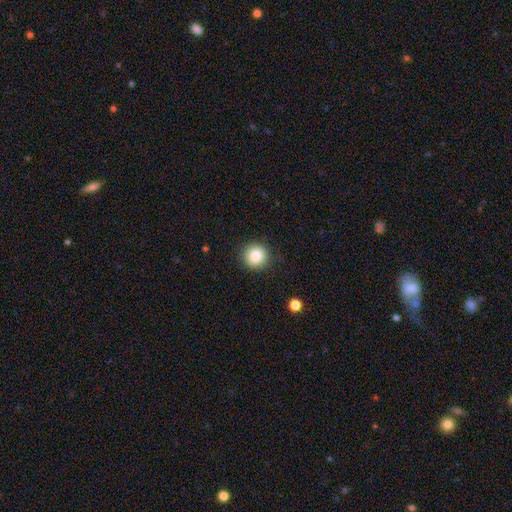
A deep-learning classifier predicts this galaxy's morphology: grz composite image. It shows a smooth galaxy with no disk features (84%) that is round (93%). Merging: none (88%).